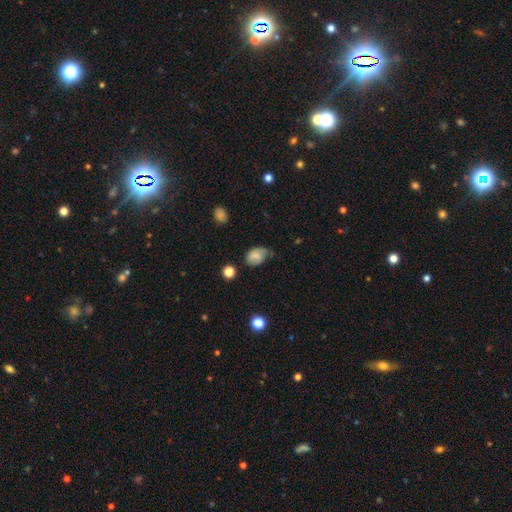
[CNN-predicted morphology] smooth 72%, featured or disk 19%, star or artifact 9%. Down the decision tree: how rounded — in between (72%); merging — minor disturbance (42%).